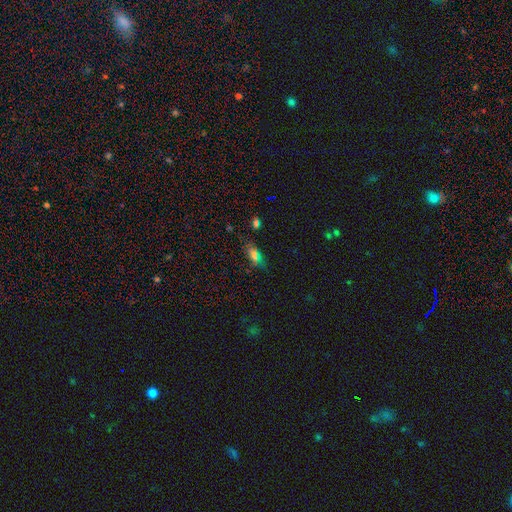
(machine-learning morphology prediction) Smooth or featured? Predicted: smooth (p=0.60). How rounded? Predicted: in between (p=0.76). Merging? Predicted: none (p=0.71).